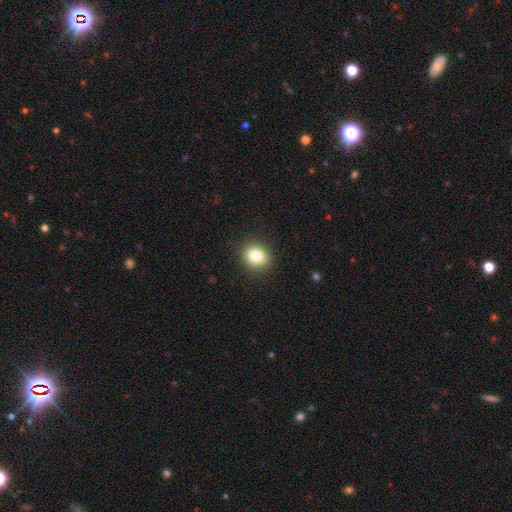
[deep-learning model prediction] Smooth or featured: smooth — 83% (star or artifact — 10%)
How rounded: round — 61% (in between — 38%)
Merging: none — 89% (minor disturbance — 7%)